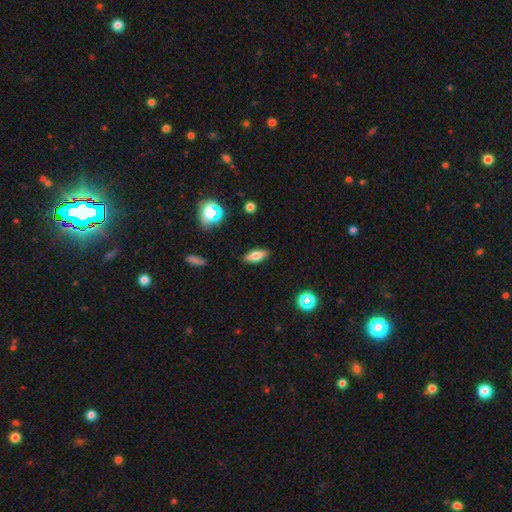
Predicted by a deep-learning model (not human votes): Q: Smooth or featured?
A: smooth (61%); runner-up: featured or disk (29%)
Q: How rounded?
A: in between (59%); runner-up: cigar-shaped (38%)
Q: Merging?
A: none (87%); runner-up: minor disturbance (9%)